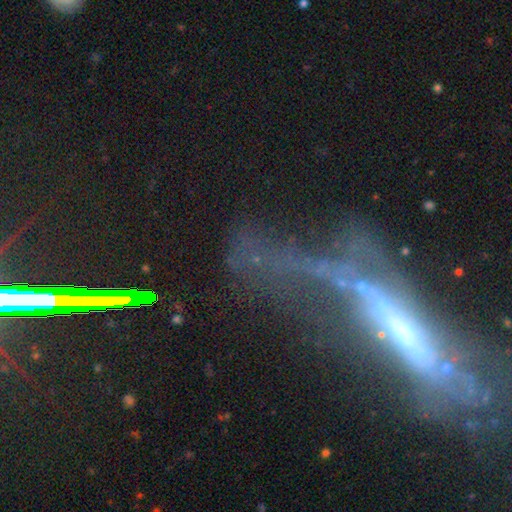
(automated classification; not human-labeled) A featured or disk galaxy (53%) viewed edge-on (51%). Merging: major disturbance (41%).